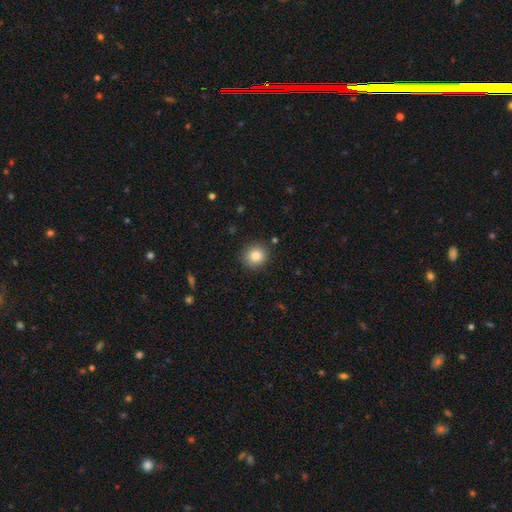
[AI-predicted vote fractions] This appears to be a smooth galaxy with no disk features (84%) that is round (90%). Merging: none (89%).